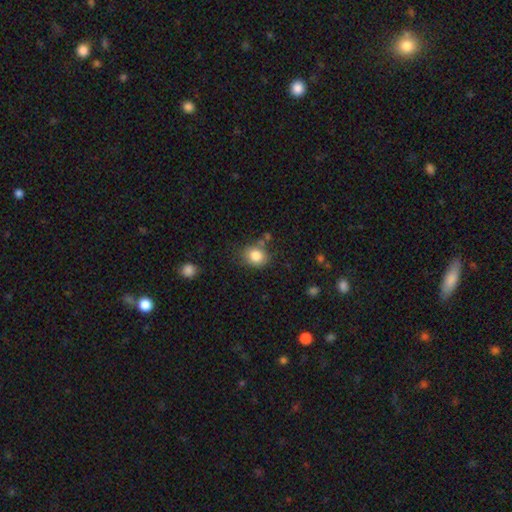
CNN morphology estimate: The model was most divided on "how rounded": round: 61%, in between: 38%, cigar-shaped: 1%. More confident: smooth or featured — smooth (84%); merging — none (72%).